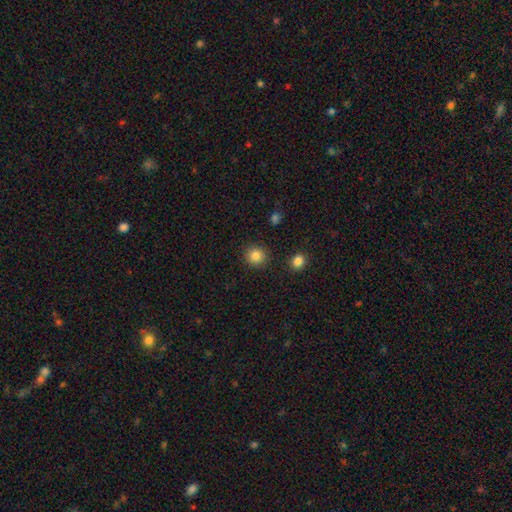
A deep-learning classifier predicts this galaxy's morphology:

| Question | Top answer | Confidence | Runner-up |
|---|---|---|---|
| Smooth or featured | smooth | 85% | star or artifact (11%) |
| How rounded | round | 91% | in between (8%) |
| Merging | none | 90% | minor disturbance (6%) |